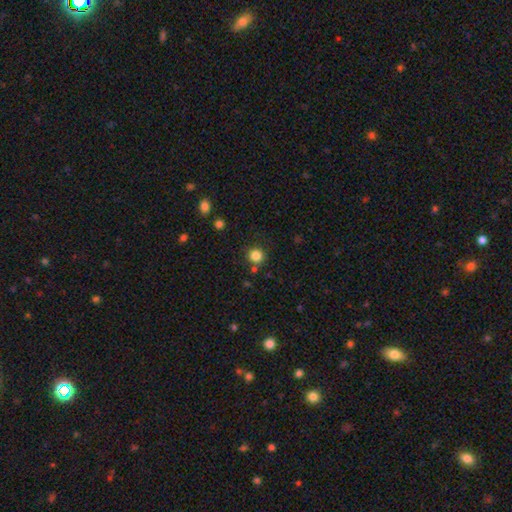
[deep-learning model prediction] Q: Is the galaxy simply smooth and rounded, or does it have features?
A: smooth — 83%.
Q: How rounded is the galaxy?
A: round — 93%.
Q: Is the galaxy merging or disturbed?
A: none — 84%.